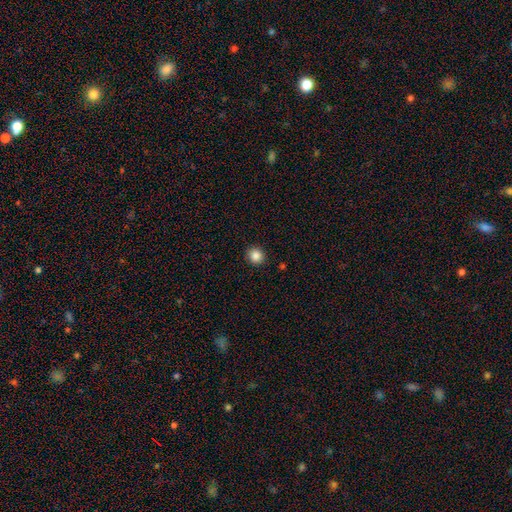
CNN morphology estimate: smooth 86%, star or artifact 10%, featured or disk 3%. Down the decision tree: how rounded — round (88%); merging — none (92%).